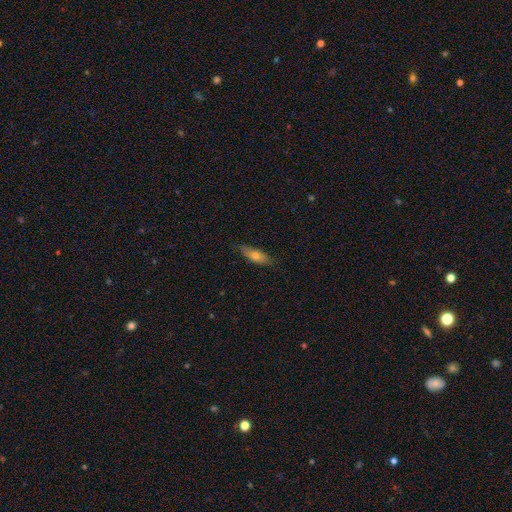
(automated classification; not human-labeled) Smooth or featured? Predicted: smooth (p=0.65). How rounded? Predicted: in between (p=0.56). Merging? Predicted: none (p=0.79).